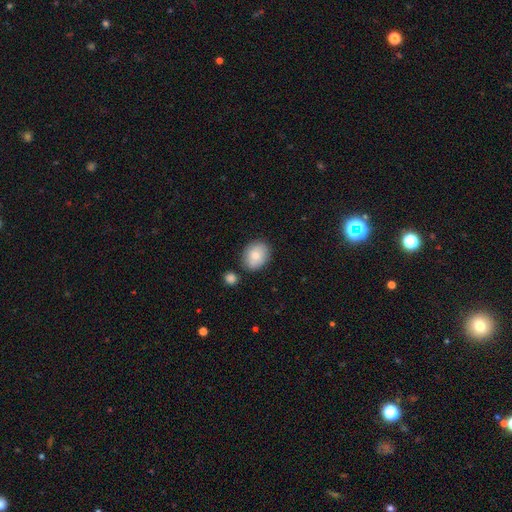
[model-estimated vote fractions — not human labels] Overall: smooth (80%). How rounded: in between (53%; round 46%). Merging: none (78%).